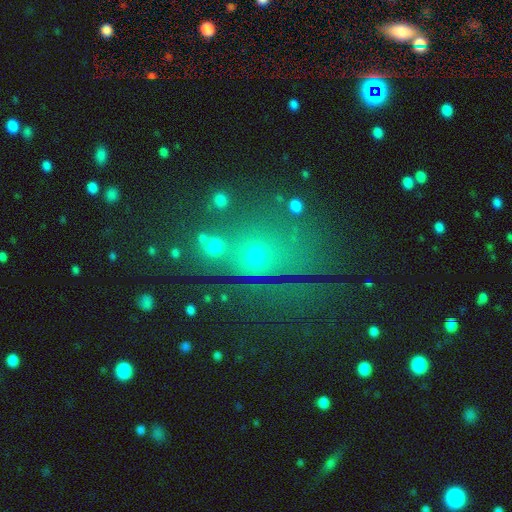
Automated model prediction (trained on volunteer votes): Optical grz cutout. It shows a star or artifact, not a galaxy (46%).